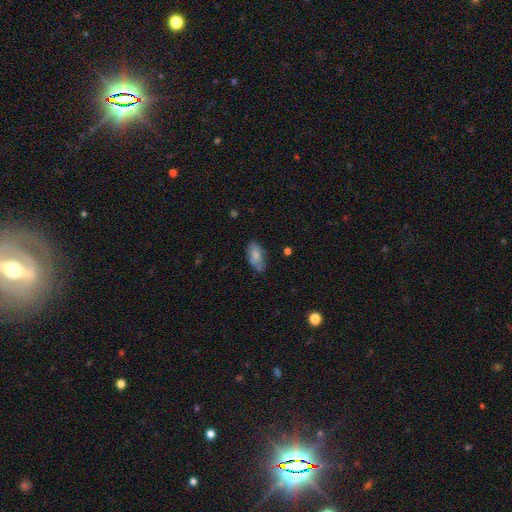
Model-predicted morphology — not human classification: type=smooth (79%); roundness=in between (91%); merging=none (71%).